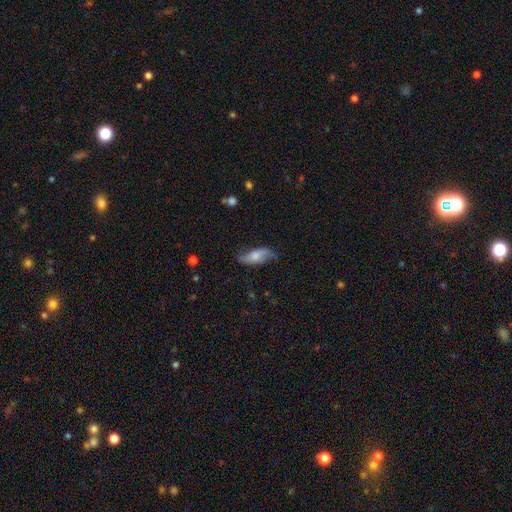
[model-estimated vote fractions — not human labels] smooth 49%, featured or disk 44%, star or artifact 7%. Down the decision tree: merging — none (67%).